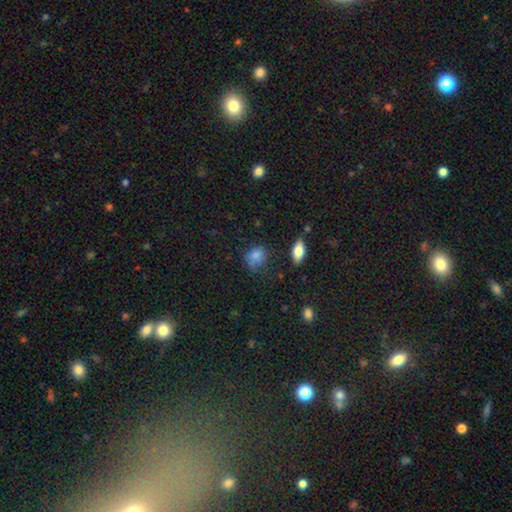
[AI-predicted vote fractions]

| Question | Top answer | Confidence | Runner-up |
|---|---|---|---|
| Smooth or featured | smooth | 77% | star or artifact (13%) |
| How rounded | round | 52% | in between (46%) |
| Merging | none | 55% | minor disturbance (30%) |